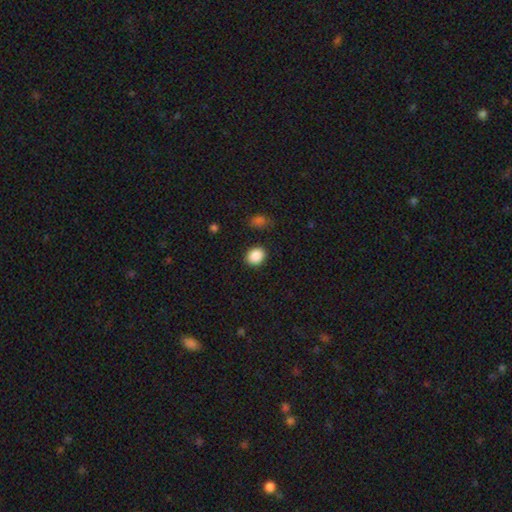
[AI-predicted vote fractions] The model was most divided on "how rounded": round: 60%, in between: 39%, cigar-shaped: 1%. More confident: smooth or featured — smooth (88%); merging — none (87%).